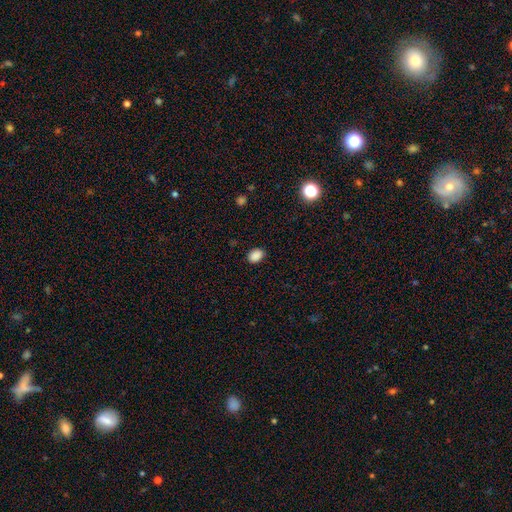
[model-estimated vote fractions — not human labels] smooth-or-featured: smooth: 88% | star or artifact: 10% | featured or disk: 3%
  how-rounded: in between: 69% | round: 30% | cigar-shaped: 1%
  merging: none: 87% | minor disturbance: 9% | major disturbance: 2% | merger: 1%